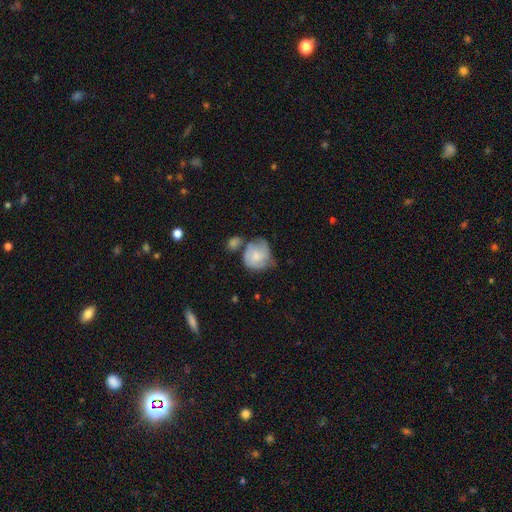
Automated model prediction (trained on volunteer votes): Q: Smooth or featured?
A: smooth (56%); runner-up: featured or disk (37%)
Q: How rounded?
A: round (72%); runner-up: in between (27%)
Q: Merging?
A: none (37%); runner-up: minor disturbance (30%)